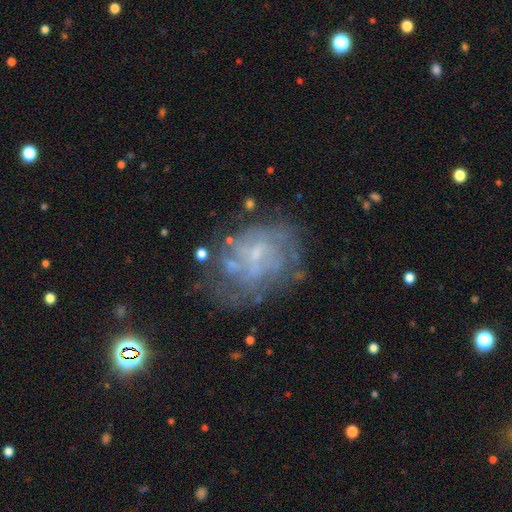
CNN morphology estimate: A featured or disk galaxy (69%) with no bar (58%), spiral arms (58%) and a small central bulge (55%).

Vote fractions:
- Smooth or featured? featured or disk: 69% / smooth: 19% / star or artifact: 12%
- Edge-on disk? no: 98% / yes: 2%
- Bar? no: 58% / weak: 36% / strong: 6%
- Spiral arms? yes: 58% / no: 42%
- Bulge size? small: 55% / none: 28% / moderate: 15% / large: 1% / dominant: 1%
- Merging? none: 54% / minor disturbance: 22% / major disturbance: 19% / merger: 5%